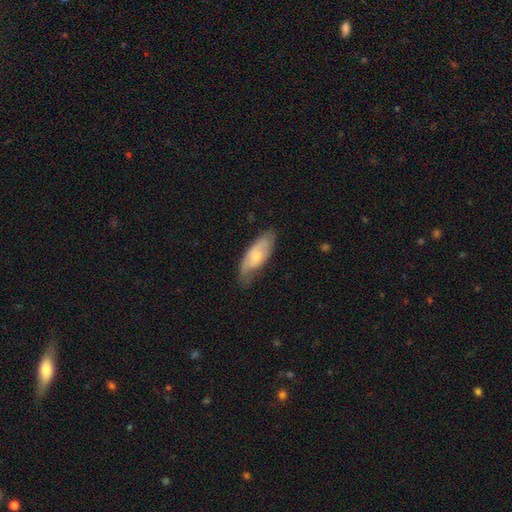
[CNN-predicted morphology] Q: Smooth or featured?
A: smooth (53%); runner-up: featured or disk (42%)
Q: How rounded?
A: in between (75%); runner-up: cigar-shaped (23%)
Q: Merging?
A: none (62%); runner-up: minor disturbance (29%)